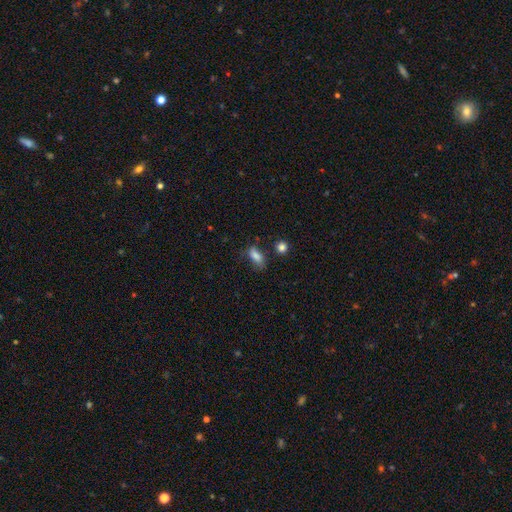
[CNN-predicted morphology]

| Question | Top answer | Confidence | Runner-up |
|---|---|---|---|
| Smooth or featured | smooth | 81% | star or artifact (10%) |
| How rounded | in between | 78% | cigar-shaped (15%) |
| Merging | none | 55% | minor disturbance (28%) |